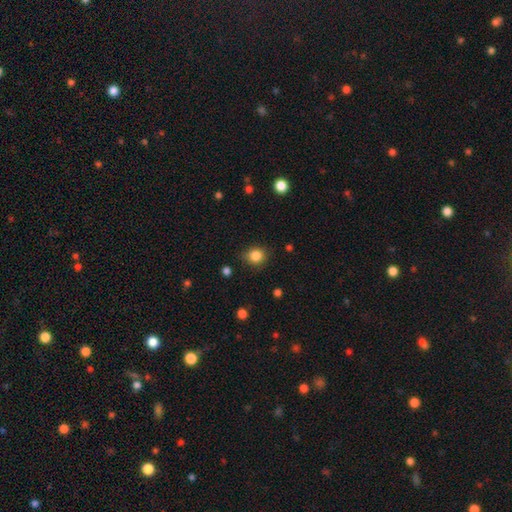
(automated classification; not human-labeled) The model was most divided on "how rounded": round: 81%, in between: 18%, cigar-shaped: 1%. More confident: smooth or featured — smooth (84%); merging — none (81%).